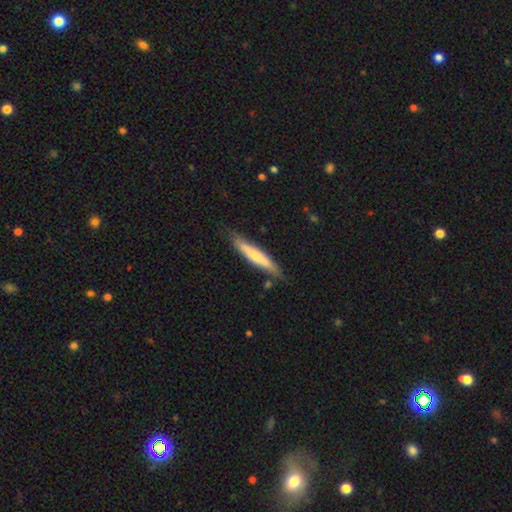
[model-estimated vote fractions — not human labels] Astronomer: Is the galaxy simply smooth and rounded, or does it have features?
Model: smooth — 54% (runner-up: featured or disk, 41%).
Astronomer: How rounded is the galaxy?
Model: cigar-shaped — 90%.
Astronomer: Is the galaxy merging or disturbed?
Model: none — 79%.